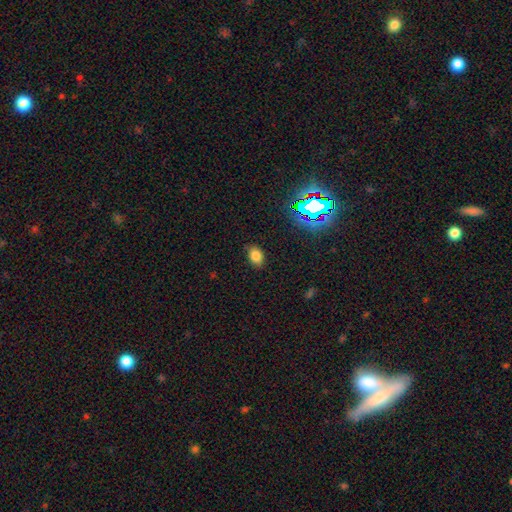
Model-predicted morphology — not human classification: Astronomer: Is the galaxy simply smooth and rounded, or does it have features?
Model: smooth — 79%.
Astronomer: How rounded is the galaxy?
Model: in between — 79%.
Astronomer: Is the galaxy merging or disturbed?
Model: none — 83%.